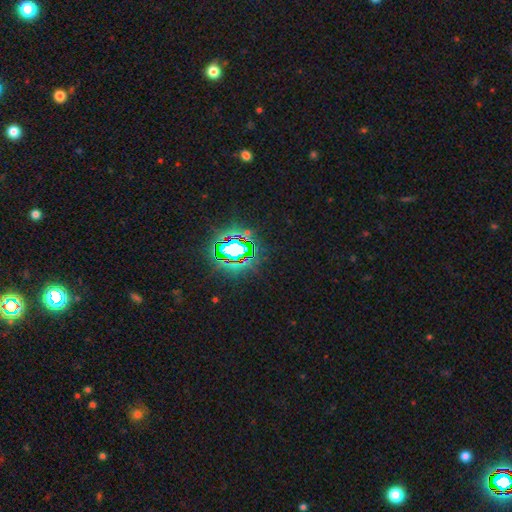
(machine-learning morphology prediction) Q: Smooth or featured?
A: star or artifact (76%); runner-up: smooth (15%)